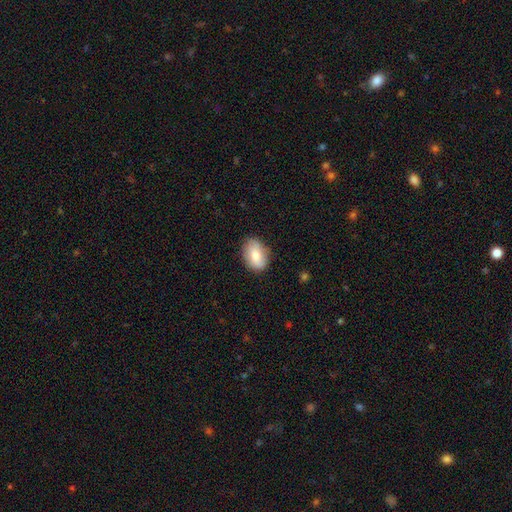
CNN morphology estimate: smooth 76%, featured or disk 17%, star or artifact 7%. Down the decision tree: how rounded — in between (85%); merging — none (80%).